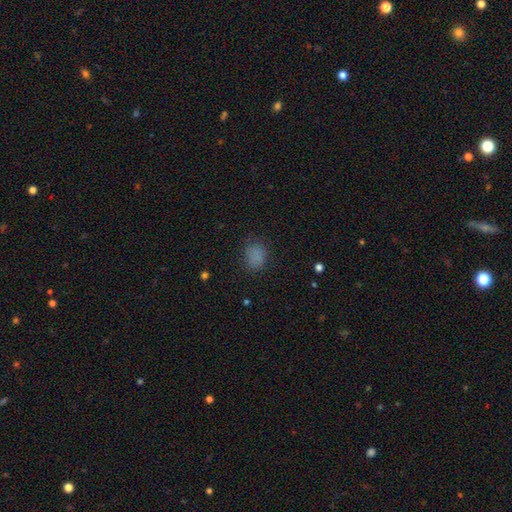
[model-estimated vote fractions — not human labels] smooth 80%, star or artifact 14%, featured or disk 5%. Down the decision tree: how rounded — in between (50%); merging — none (78%).